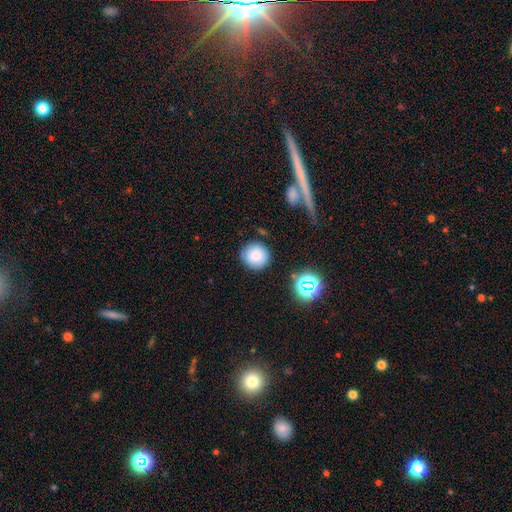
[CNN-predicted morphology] A smooth galaxy with no disk features (78%) that is round (94%). Merging: none (83%).